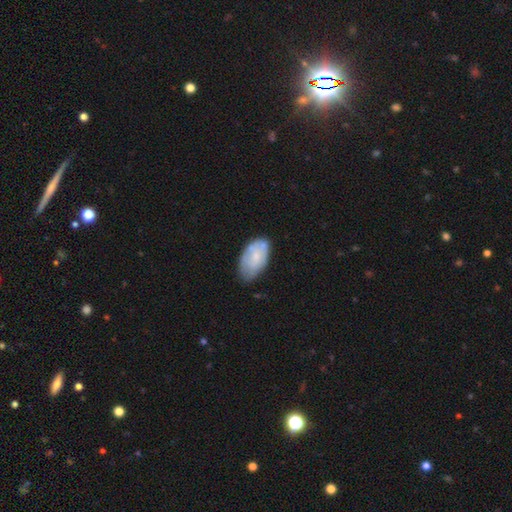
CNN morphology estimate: This appears to be a smooth galaxy with no disk features (61%) that is in between round and cigar-shaped (94%). Merging: none (57%).